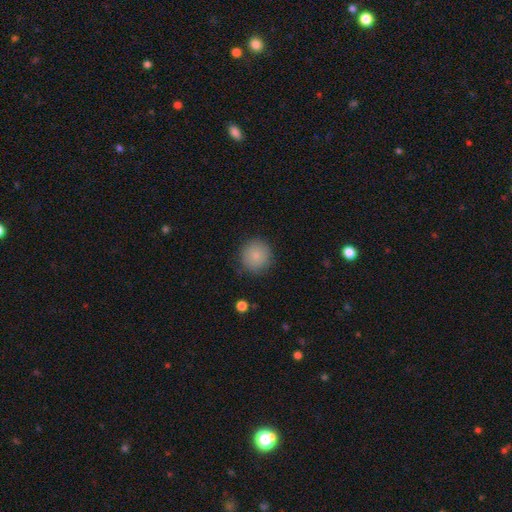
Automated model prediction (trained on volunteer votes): Smooth or featured? smooth (83%)
How rounded? round (93%)
Merging? none (87%)